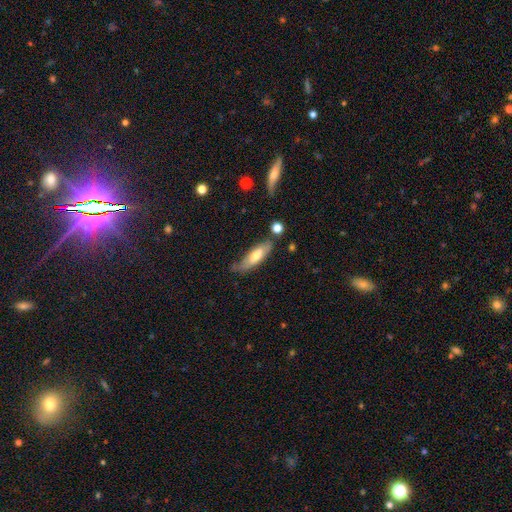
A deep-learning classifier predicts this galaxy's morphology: A smooth galaxy with no disk features (56%) that is cigar-shaped (51%). Merging: none (64%).